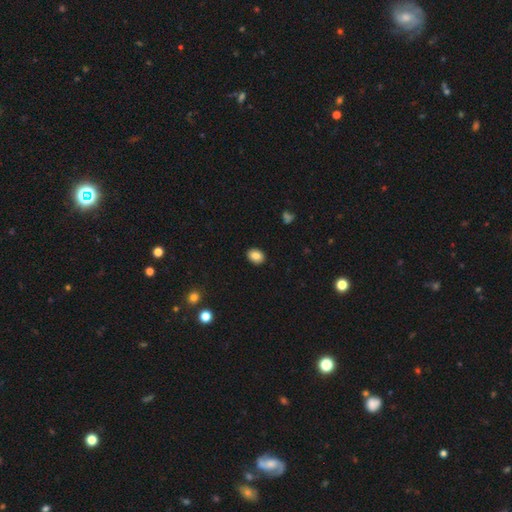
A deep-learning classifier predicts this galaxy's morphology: Smooth or featured: smooth — 85% (star or artifact — 9%)
How rounded: in between — 66% (round — 33%)
Merging: none — 90% (minor disturbance — 7%)